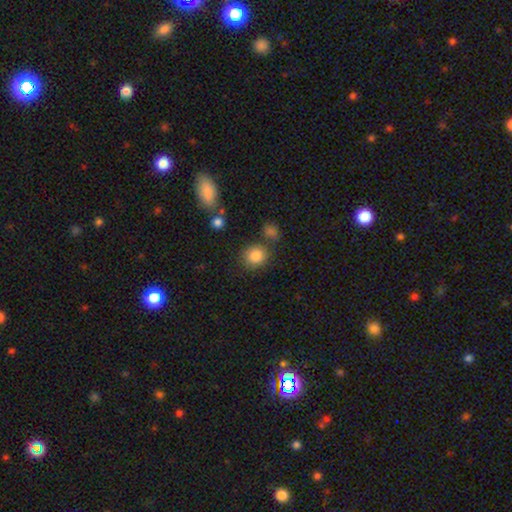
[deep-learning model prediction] This is clearly a smooth galaxy (84%). How rounded: clearly round (84%). Merging: likely none (75%).